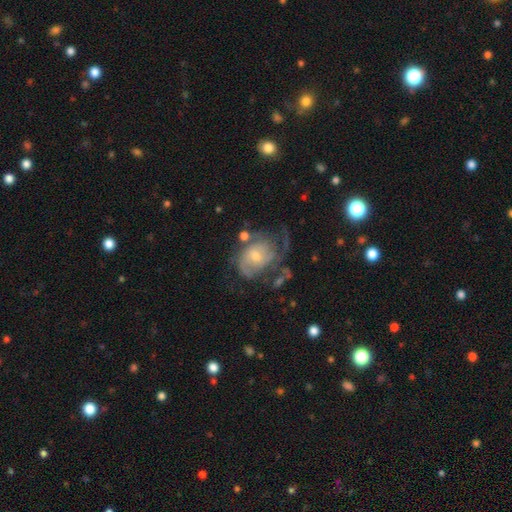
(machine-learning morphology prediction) type=featured or disk (76%); edge-on=no (97%); bar=no (56%); spiral arms=yes (87%); winding=medium (40%); arm count=2 (36%); bulge=small (46%); merging=major disturbance (35%, tied with none).